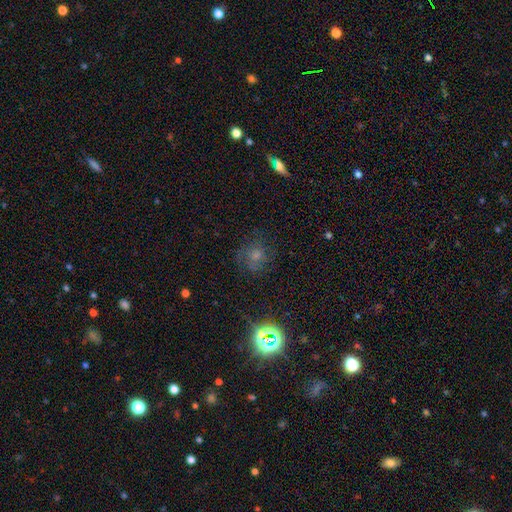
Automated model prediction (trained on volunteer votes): Morphology: type=smooth (47%); merging=none (66%).